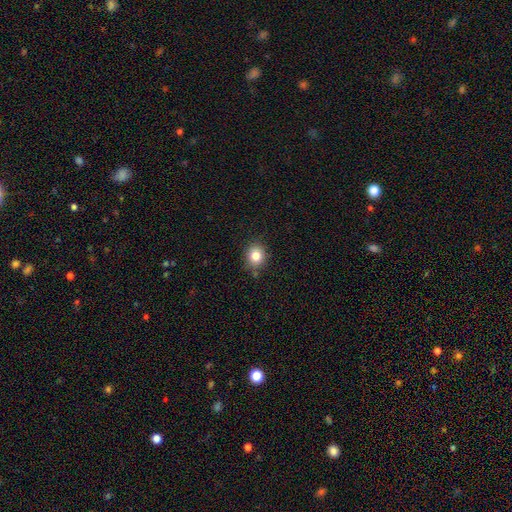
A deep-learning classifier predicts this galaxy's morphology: Overall: smooth (82%). How rounded: round (78%). Merging: none (84%).